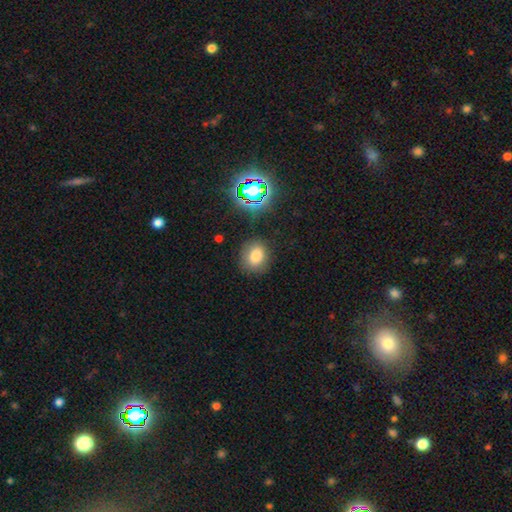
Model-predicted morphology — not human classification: Smooth or featured? Predicted: smooth (p=0.78). How rounded? Predicted: round (p=0.62). Merging? Predicted: none (p=0.82).